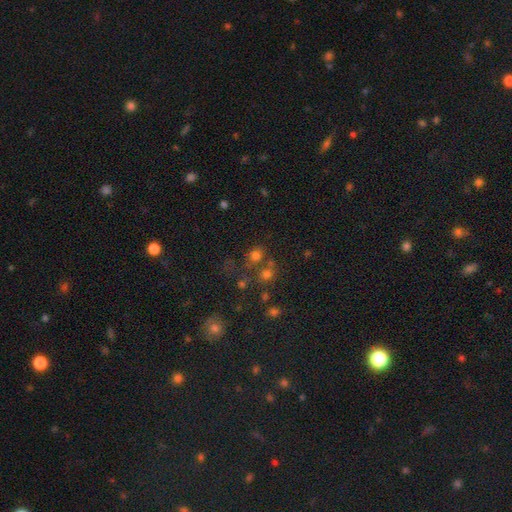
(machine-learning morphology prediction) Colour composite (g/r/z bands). It shows a smooth galaxy with no disk features (68%) that is round (75%). Merging: none (59%).